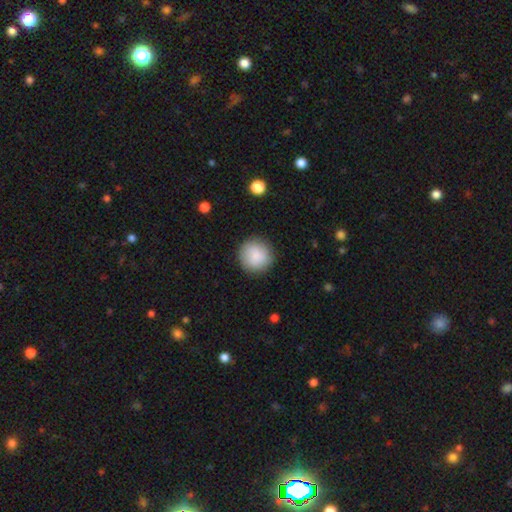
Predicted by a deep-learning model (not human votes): This is clearly a smooth galaxy (85%). How rounded: clearly round (95%). Merging: clearly none (89%).